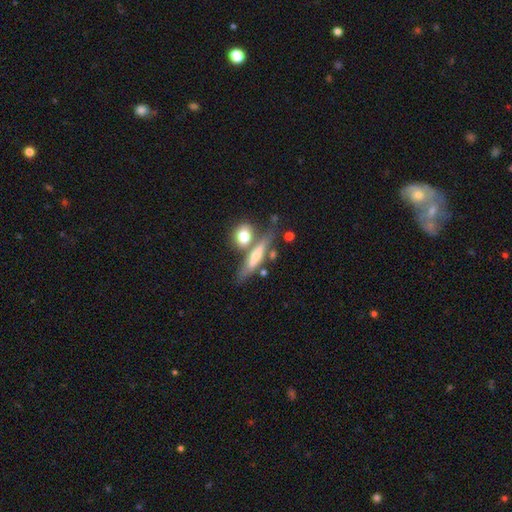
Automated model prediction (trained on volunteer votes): This is possibly a featured or disk galaxy (47%). Merging: possibly none (56%).